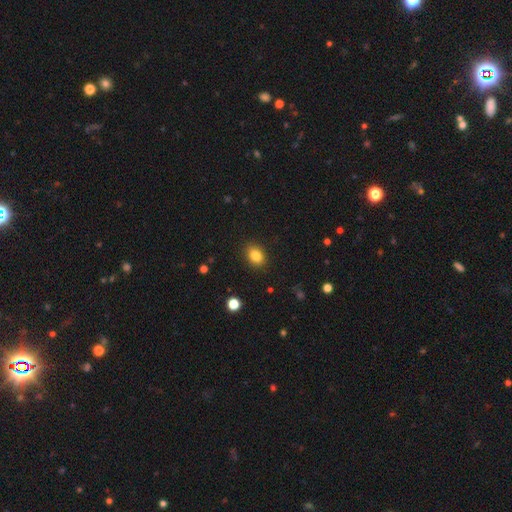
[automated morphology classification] This is clearly a smooth galaxy (84%). How rounded: likely in between (66%). Merging: clearly none (87%).